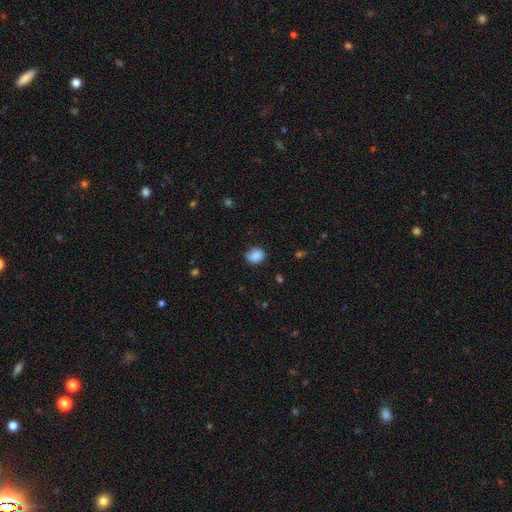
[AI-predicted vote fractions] The model was most divided on "how rounded": round: 53%, in between: 46%, cigar-shaped: 1%. More confident: smooth or featured — smooth (86%); merging — none (76%).